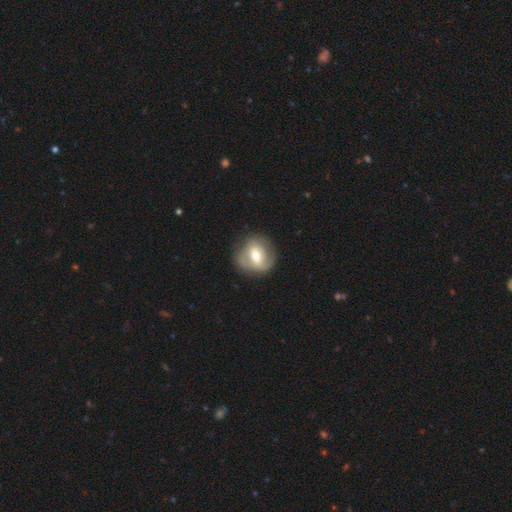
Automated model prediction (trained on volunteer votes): This is possibly a featured or disk galaxy (51%). It is clearly not viewed edge-on (94%). Merging: likely none (74%).